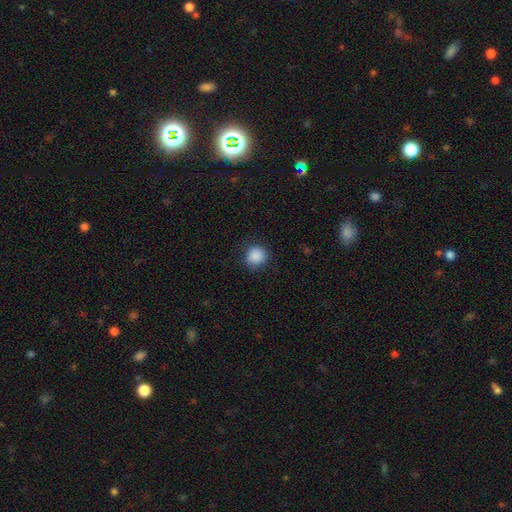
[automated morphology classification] smooth_or_featured: smooth (p=0.88) [alt: star or artifact p=0.09]
how_rounded: round (p=0.90) [alt: in between p=0.09]
merging: none (p=0.85) [alt: minor disturbance p=0.10]